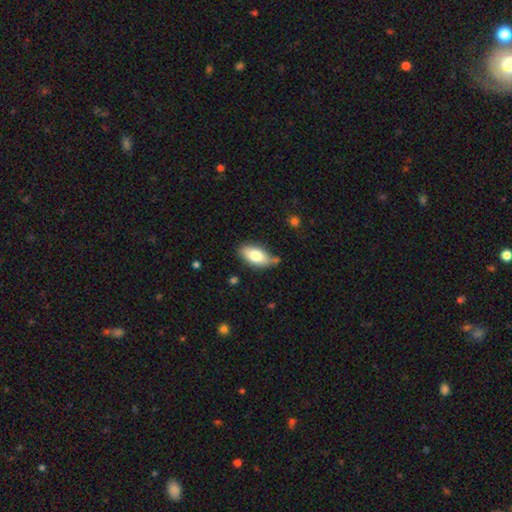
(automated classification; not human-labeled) The model was most divided on "merging": none: 68%, minor disturbance: 22%, merger: 6%, major disturbance: 4%. More confident: how rounded — in between (91%); smooth or featured — smooth (77%).